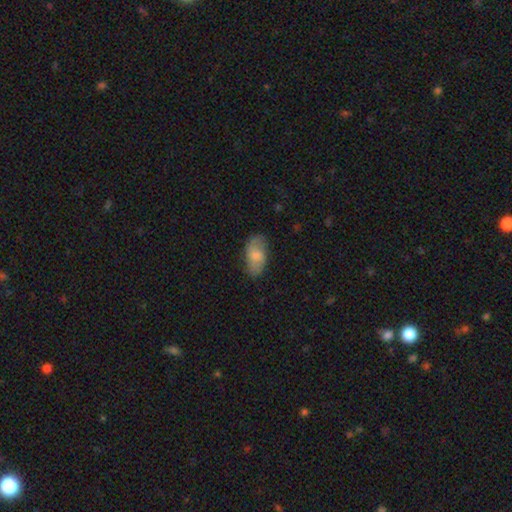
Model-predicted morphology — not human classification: Smooth or featured?
  - smooth: 64% *
  - featured or disk: 29%
  - star or artifact: 7%
How rounded?
  - in between: 93% *
  - round: 4%
  - cigar-shaped: 3%
Merging?
  - none: 72% *
  - minor disturbance: 20%
  - major disturbance: 7%
  - merger: 1%